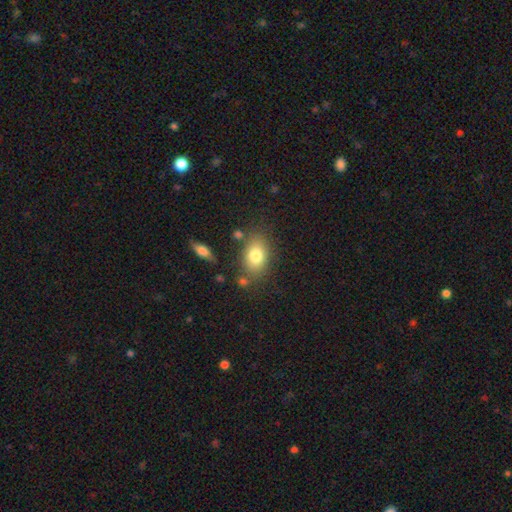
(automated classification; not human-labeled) smooth-or-featured: smooth: 79% | featured or disk: 13% | star or artifact: 9%
  how-rounded: in between: 81% | round: 17% | cigar-shaped: 2%
  merging: none: 75% | minor disturbance: 14% | merger: 6% | major disturbance: 5%